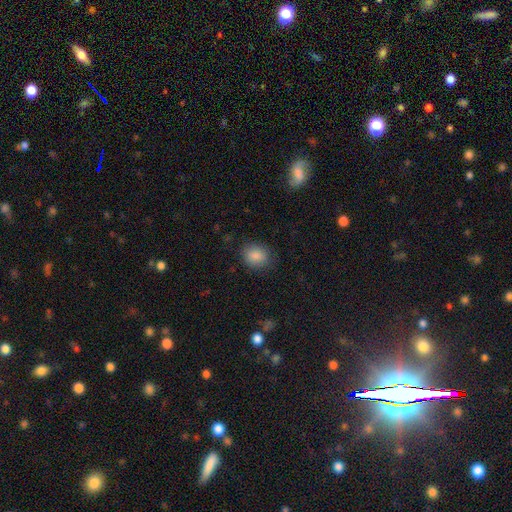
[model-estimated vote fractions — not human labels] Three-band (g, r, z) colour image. It shows a smooth galaxy with no disk features (86%) that is round (63%). Merging: none (82%).